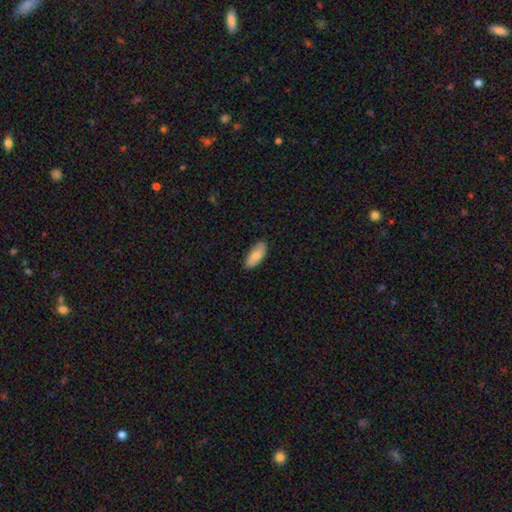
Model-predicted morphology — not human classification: This appears to be a smooth galaxy with no disk features (82%) that is in between round and cigar-shaped (85%). Merging: none (84%).